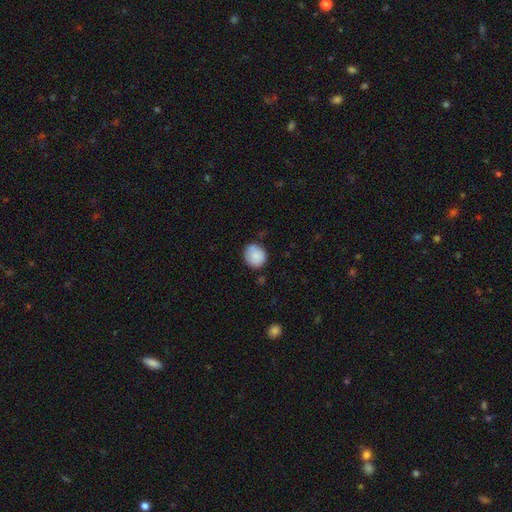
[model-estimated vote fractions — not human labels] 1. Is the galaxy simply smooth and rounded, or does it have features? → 85% smooth, 8% featured or disk, 8% star or artifact.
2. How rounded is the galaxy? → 76% round, 23% in between, 1% cigar-shaped.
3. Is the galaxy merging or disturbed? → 71% none, 21% minor disturbance, 4% merger, 4% major disturbance.